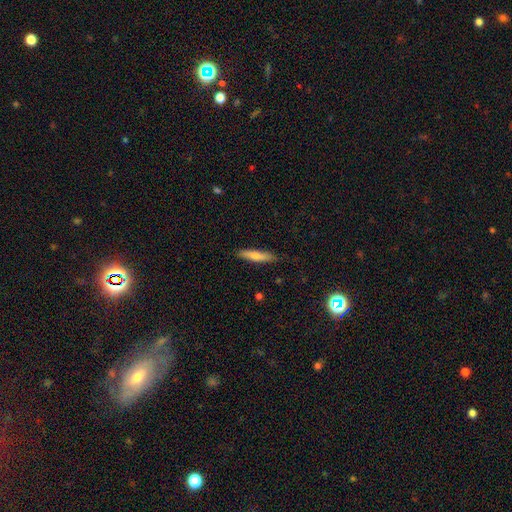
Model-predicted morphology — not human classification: A smooth galaxy with no disk features (74%) that is cigar-shaped (85%).

Vote fractions:
- Smooth or featured? smooth: 74% / featured or disk: 20% / star or artifact: 6%
- How rounded? cigar-shaped: 85% / in between: 14% / round: 1%
- Merging? none: 85% / minor disturbance: 12% / major disturbance: 2% / merger: 1%